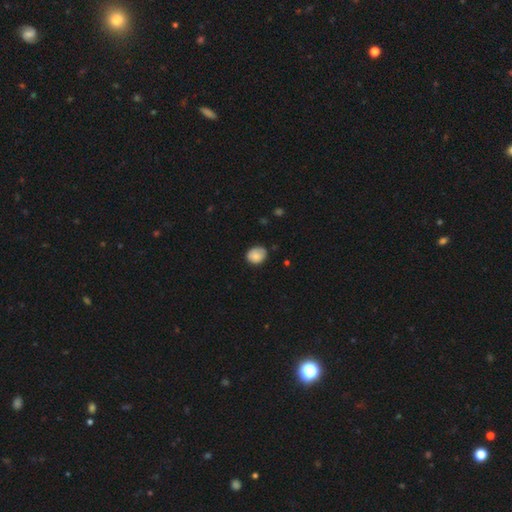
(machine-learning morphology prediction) A smooth galaxy with no disk features (82%) that is round (65%). Merging: none (70%).